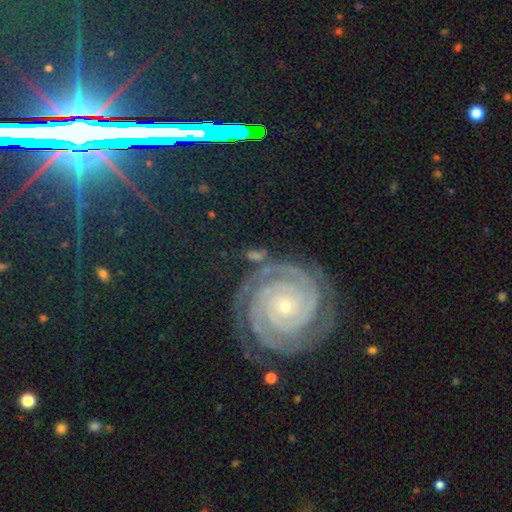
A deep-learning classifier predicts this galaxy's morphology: Smooth or featured? Predicted: featured or disk (p=0.83). Edge-on disk? Predicted: no (p=0.97). Bar? Predicted: no (p=0.78). Spiral arms? Predicted: yes (p=0.98). Spiral winding? Predicted: tight (p=0.89). Spiral arm count? Predicted: 2 (p=0.56). Bulge size? Predicted: small (p=0.82). Merging? Predicted: none (p=0.80).